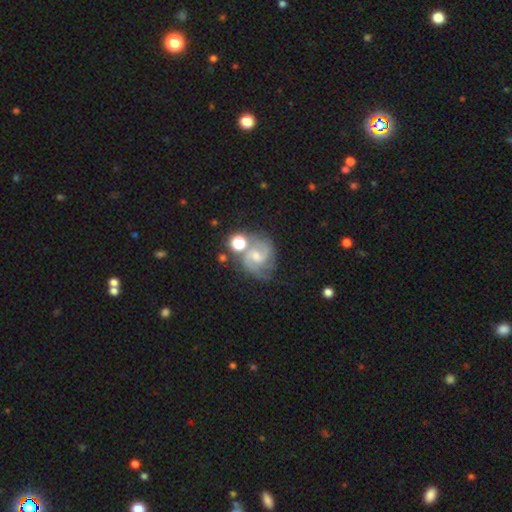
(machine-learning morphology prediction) A featured or disk galaxy (81%) with a weak bar (46%), 2 (75%) medium (54%) spiral arms (96%) and a small central bulge (46%).

Vote fractions:
- Smooth or featured? featured or disk: 81% / smooth: 10% / star or artifact: 9%
- Edge-on disk? no: 98% / yes: 2%
- Bar? weak: 46% / no: 44% / strong: 9%
- Spiral arms? yes: 96% / no: 4%
- Spiral winding? medium: 54% / tight: 30% / loose: 15%
- Spiral arm count? 2: 75% / 3: 10% / can't tell: 8% / 1: 3% / 4: 2% / more than 4: 2%
- Bulge size? small: 46% / moderate: 43% / none: 6% / large: 4% / dominant: 1%
- Merging? none: 56% / minor disturbance: 18% / merger: 17% / major disturbance: 9%